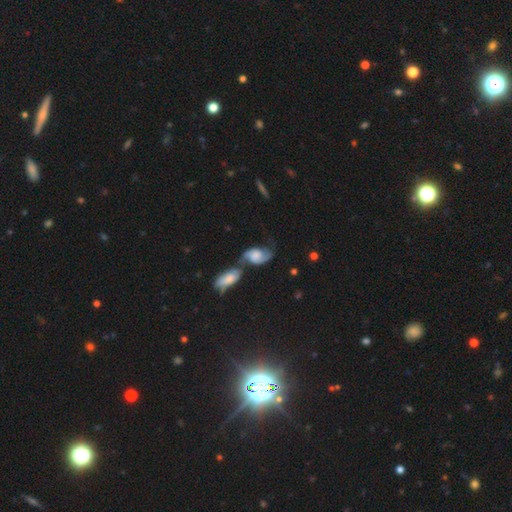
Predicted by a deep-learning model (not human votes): Smooth or featured: featured or disk — 73% (smooth — 21%)
Edge-on disk: no — 95% (yes — 5%)
Bar: no — 63% (weak — 30%)
Spiral arms: yes — 94% (no — 6%)
Spiral winding: loose — 44% (medium — 40%)
Spiral arm count: 2 — 89% (can't tell — 5%)
Bulge size: moderate — 26% (large — 25%)
Merging: merger — 52% (none — 28%)